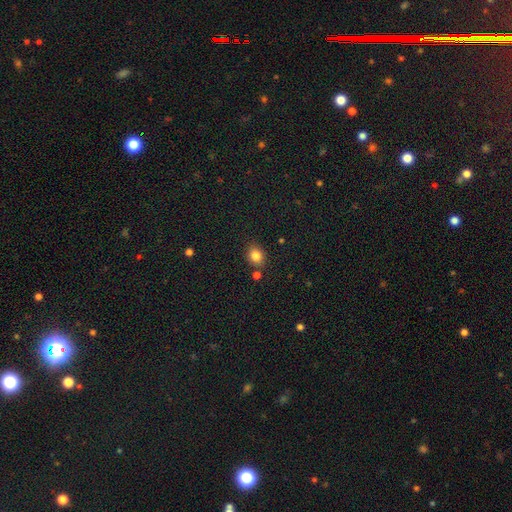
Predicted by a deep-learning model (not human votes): A smooth galaxy with no disk features (83%) that is round (61%). Merging: none (80%).